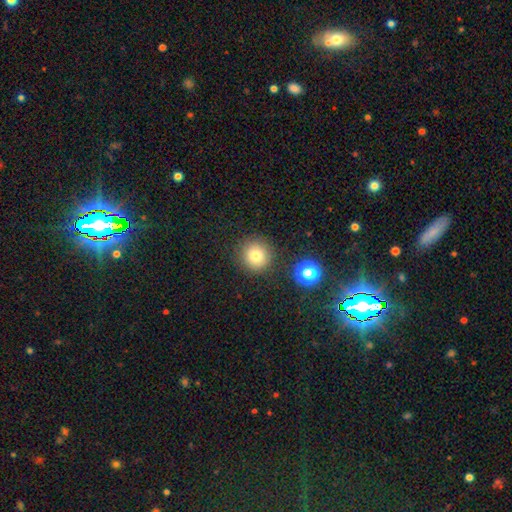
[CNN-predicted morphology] This appears to be a smooth galaxy with no disk features (78%) that is round (94%). Merging: none (87%).